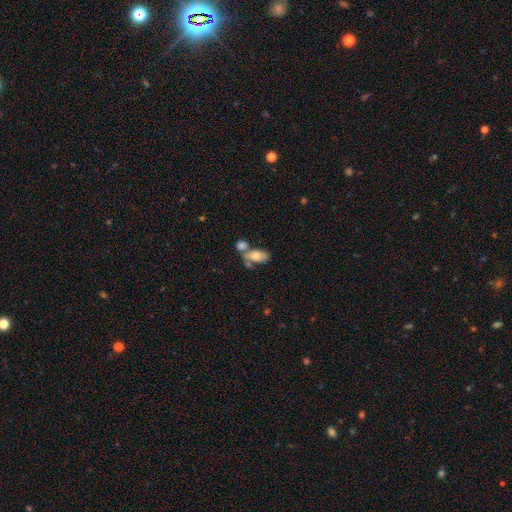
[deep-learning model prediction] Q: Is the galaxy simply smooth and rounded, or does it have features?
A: smooth — 65%.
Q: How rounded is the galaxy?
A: in between — 90%.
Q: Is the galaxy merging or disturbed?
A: merger — 43%.